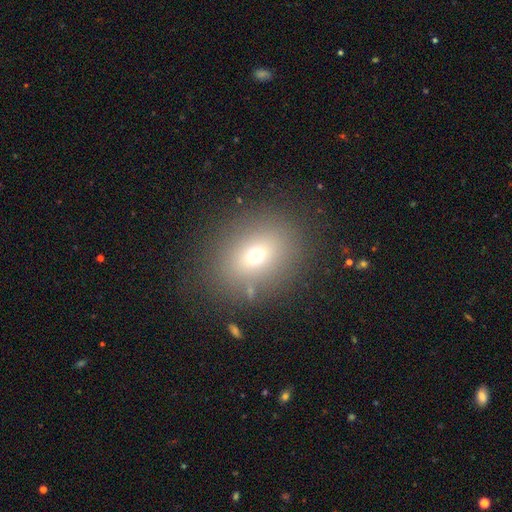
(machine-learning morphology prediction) Smooth or featured? smooth (66%)
How rounded? round (56%)
Merging? none (83%)